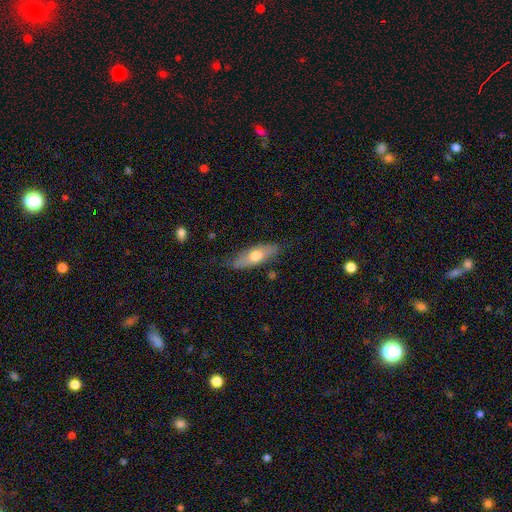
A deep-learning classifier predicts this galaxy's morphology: smooth 60%, featured or disk 34%, star or artifact 6%. Down the decision tree: how rounded — in between (58%); merging — none (78%).